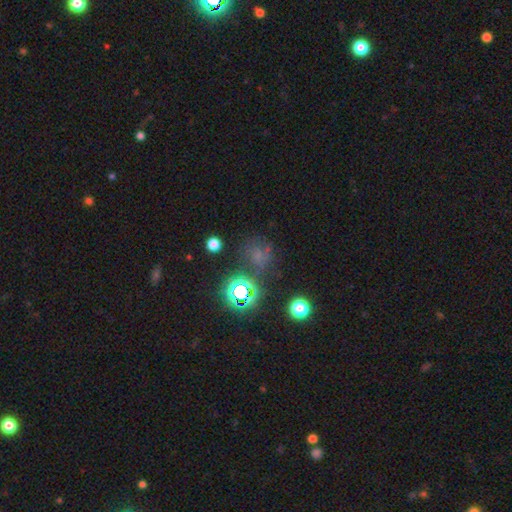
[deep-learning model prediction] Q: Smooth or featured?
A: star or artifact (49%); runner-up: smooth (37%)